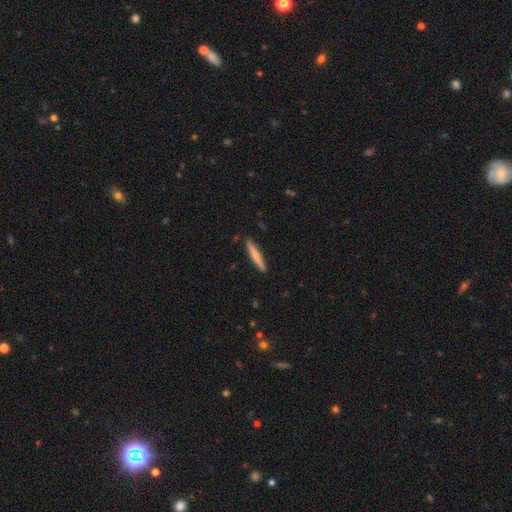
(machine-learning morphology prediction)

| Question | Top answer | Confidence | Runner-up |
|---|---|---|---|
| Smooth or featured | smooth | 66% | featured or disk (28%) |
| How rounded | cigar-shaped | 94% | in between (5%) |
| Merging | none | 90% | minor disturbance (7%) |